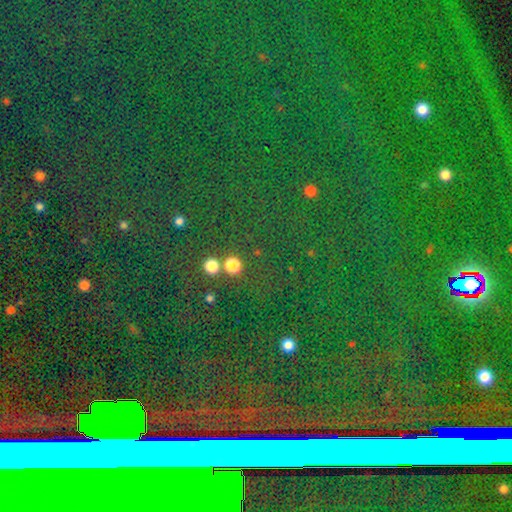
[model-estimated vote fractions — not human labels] Smooth or featured?
  - star or artifact: 81% *
  - smooth: 11%
  - featured or disk: 8%